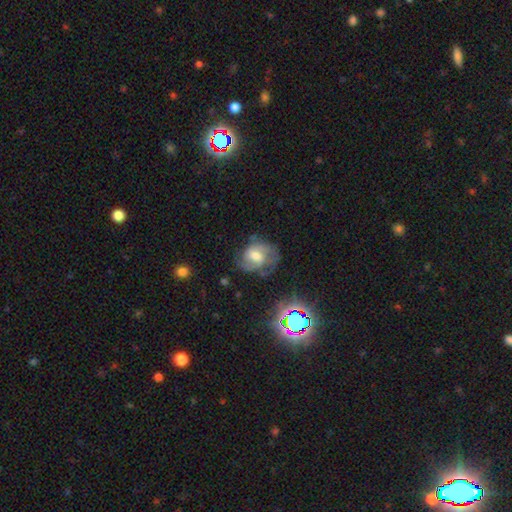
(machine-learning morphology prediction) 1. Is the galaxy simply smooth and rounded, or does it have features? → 59% featured or disk, 29% smooth, 12% star or artifact.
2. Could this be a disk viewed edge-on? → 97% no, 3% yes.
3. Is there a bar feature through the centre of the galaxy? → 50% weak, 36% no, 15% strong.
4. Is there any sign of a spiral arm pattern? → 82% yes, 18% no.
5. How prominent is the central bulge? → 57% moderate, 21% small, 14% large, 6% none, 2% dominant.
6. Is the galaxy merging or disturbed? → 54% none, 25% minor disturbance, 18% major disturbance, 3% merger.